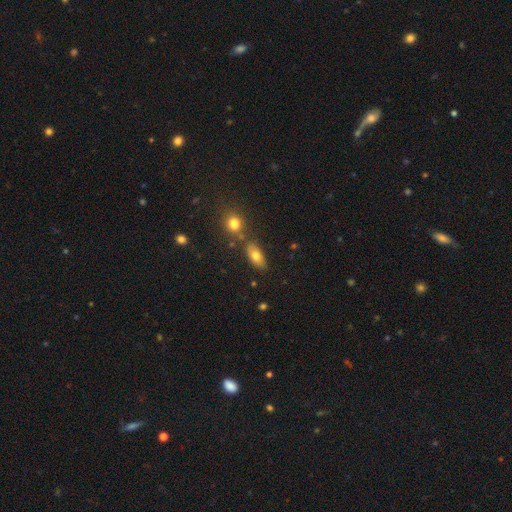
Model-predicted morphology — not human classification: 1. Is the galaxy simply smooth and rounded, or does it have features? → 74% smooth, 16% featured or disk, 10% star or artifact.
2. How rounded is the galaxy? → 84% in between, 9% cigar-shaped, 7% round.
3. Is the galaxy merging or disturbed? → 68% none, 14% minor disturbance, 13% merger, 4% major disturbance.